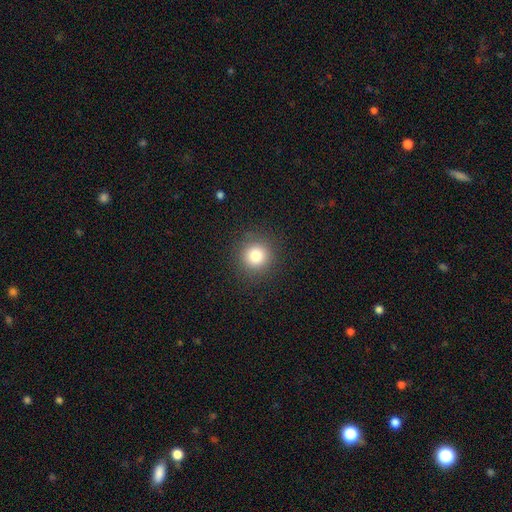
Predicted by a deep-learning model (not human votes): This is clearly a smooth galaxy (81%). How rounded: clearly round (93%). Merging: clearly none (90%).